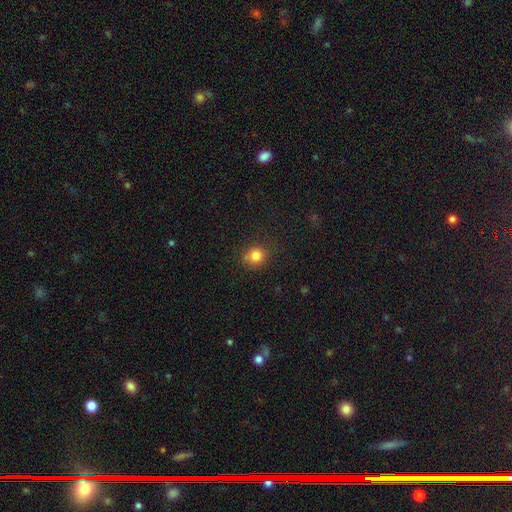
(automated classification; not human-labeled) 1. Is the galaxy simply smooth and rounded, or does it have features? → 82% smooth, 12% star or artifact, 6% featured or disk.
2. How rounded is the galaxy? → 82% round, 17% in between, 1% cigar-shaped.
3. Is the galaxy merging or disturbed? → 78% none, 15% minor disturbance, 5% major disturbance, 2% merger.